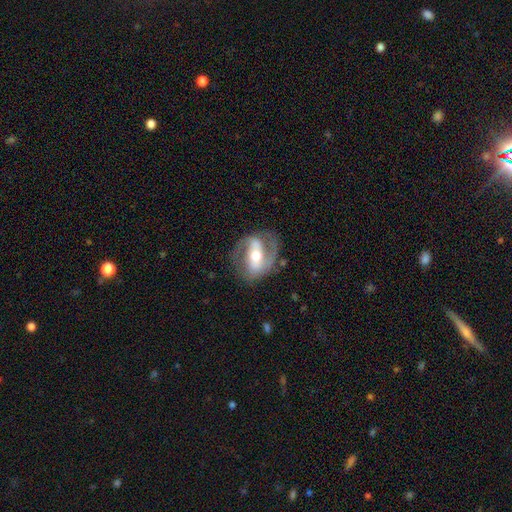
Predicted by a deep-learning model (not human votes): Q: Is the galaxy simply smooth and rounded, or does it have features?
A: featured or disk — 79%.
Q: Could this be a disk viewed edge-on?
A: no — 94%.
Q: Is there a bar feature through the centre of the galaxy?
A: strong — 55%.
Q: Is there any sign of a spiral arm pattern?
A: yes — 83%.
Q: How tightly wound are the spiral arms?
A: medium — 49%.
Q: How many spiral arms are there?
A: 2 — 82%.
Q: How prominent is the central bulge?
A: moderate — 68%.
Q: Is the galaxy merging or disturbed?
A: none — 71%.